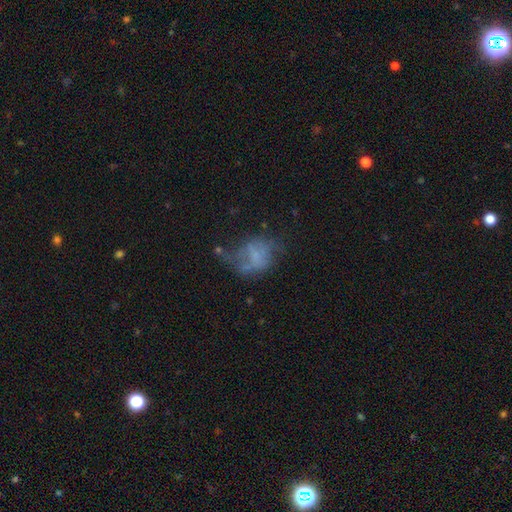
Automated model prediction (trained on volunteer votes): This appears to be a featured or disk galaxy (45%). Merging: major disturbance (36%).